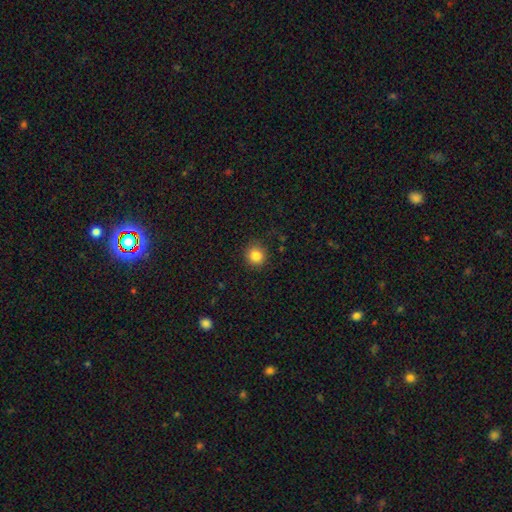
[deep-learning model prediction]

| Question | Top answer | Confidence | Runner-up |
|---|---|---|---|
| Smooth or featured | smooth | 84% | star or artifact (11%) |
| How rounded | round | 92% | in between (7%) |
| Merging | none | 88% | minor disturbance (8%) |